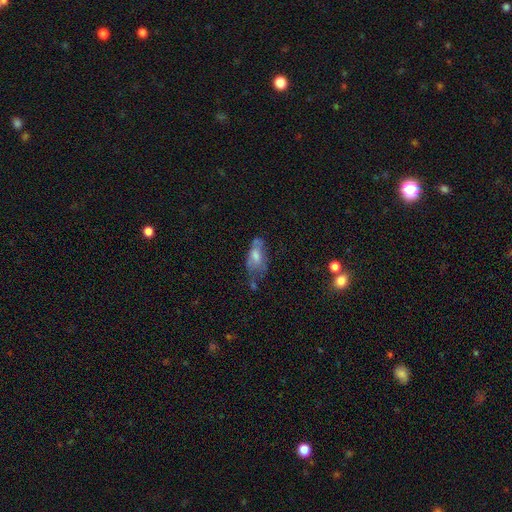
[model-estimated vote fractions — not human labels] This is possibly a smooth galaxy (47%). Merging: marginally none (39%).